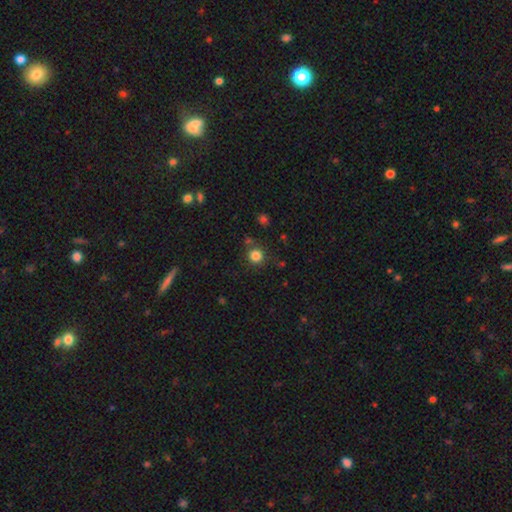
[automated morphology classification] A smooth galaxy with no disk features (82%) that is round (92%).

Vote fractions:
- Smooth or featured? smooth: 82% / star or artifact: 13% / featured or disk: 5%
- How rounded? round: 92% / in between: 7% / cigar-shaped: 1%
- Merging? none: 81% / minor disturbance: 9% / merger: 7% / major disturbance: 4%